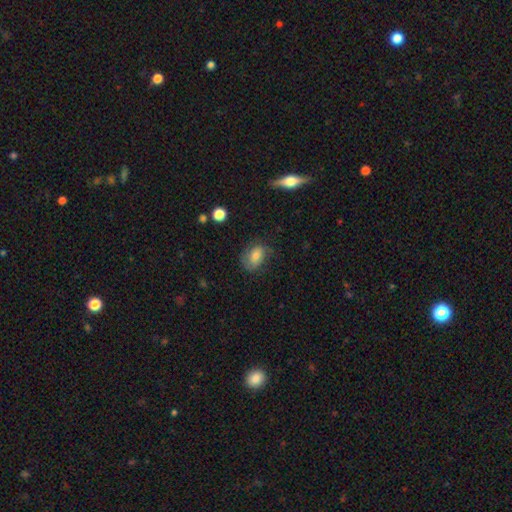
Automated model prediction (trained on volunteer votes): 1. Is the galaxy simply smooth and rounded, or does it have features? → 53% smooth, 37% featured or disk, 10% star or artifact.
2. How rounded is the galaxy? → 71% in between, 27% round, 2% cigar-shaped.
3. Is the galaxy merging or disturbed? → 66% none, 23% minor disturbance, 10% major disturbance, 2% merger.